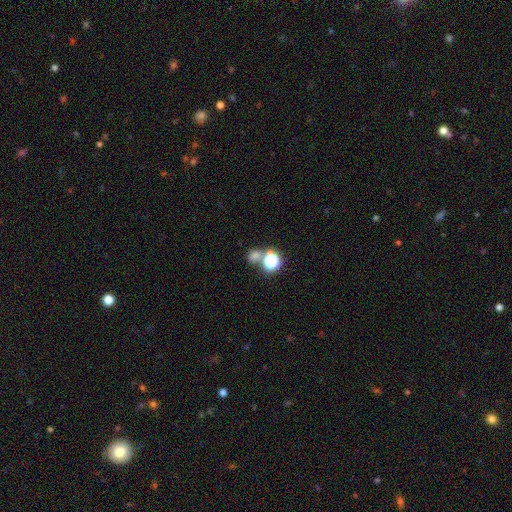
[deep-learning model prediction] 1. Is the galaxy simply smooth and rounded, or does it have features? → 55% smooth, 35% star or artifact, 10% featured or disk.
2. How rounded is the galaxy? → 72% round, 26% in between, 1% cigar-shaped.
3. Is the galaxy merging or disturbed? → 52% none, 34% merger, 8% minor disturbance, 5% major disturbance.